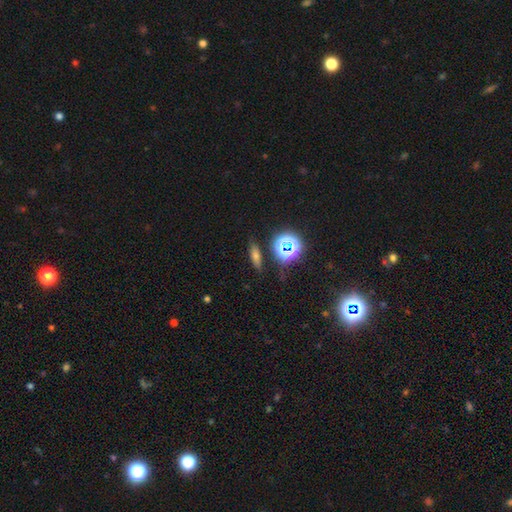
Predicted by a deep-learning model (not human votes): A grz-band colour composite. It shows a smooth galaxy with no disk features (55%) that is cigar-shaped (50%). Merging: none (84%).